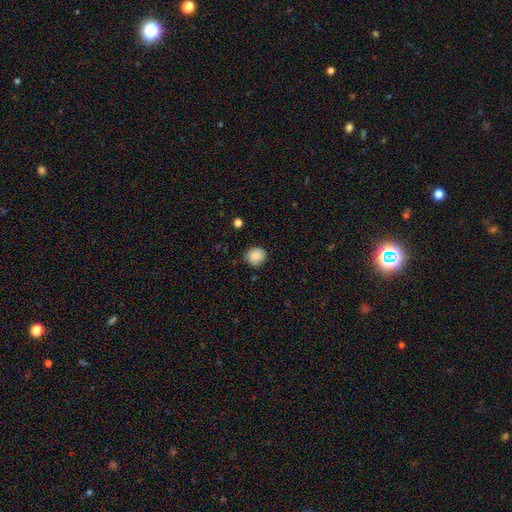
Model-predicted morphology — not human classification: A smooth galaxy with no disk features (86%) that is round (88%).

Vote fractions:
- Smooth or featured? smooth: 86% / star or artifact: 8% / featured or disk: 6%
- How rounded? round: 88% / in between: 11% / cigar-shaped: 1%
- Merging? none: 81% / minor disturbance: 15% / major disturbance: 3% / merger: 1%